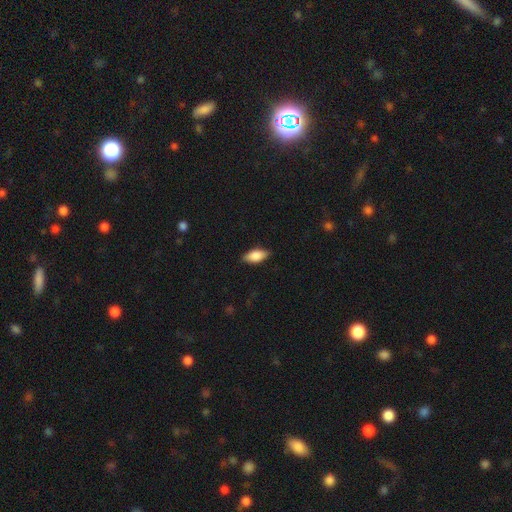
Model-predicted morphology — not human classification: Smooth or featured: smooth — 81% (featured or disk — 13%)
How rounded: in between — 88% (cigar-shaped — 9%)
Merging: none — 86% (minor disturbance — 11%)